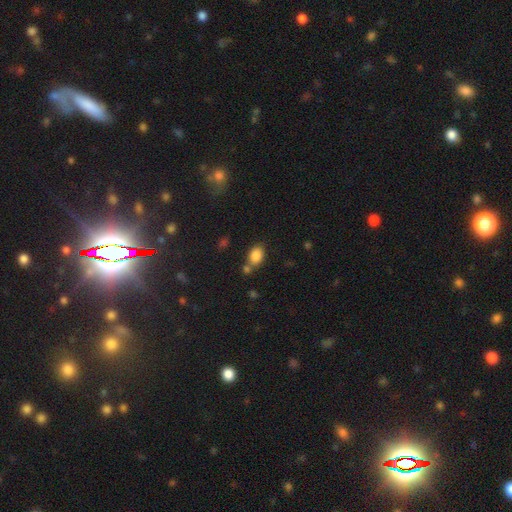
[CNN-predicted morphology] This is clearly a smooth galaxy (86%). How rounded: likely in between (78%). Merging: possibly none (59%).